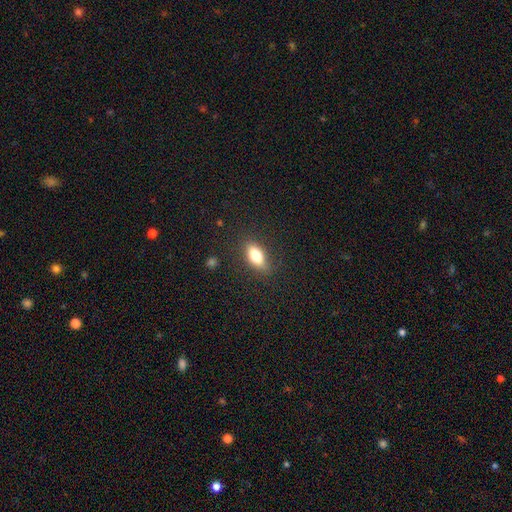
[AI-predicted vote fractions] The model was most divided on "smooth or featured": smooth: 78%, featured or disk: 14%, star or artifact: 8%. More confident: merging — none (82%); how rounded — in between (81%).